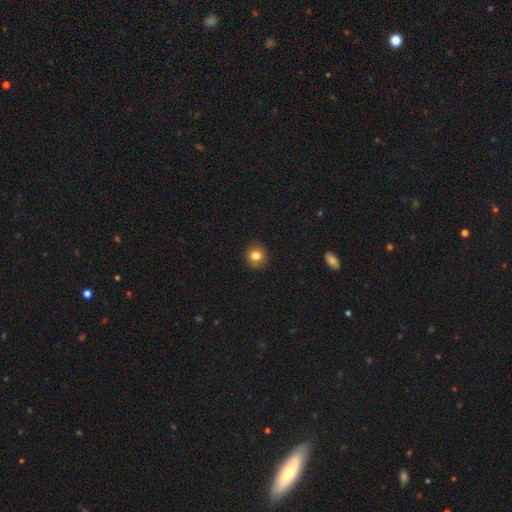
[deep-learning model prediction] Smooth or featured? Predicted: smooth (p=0.80). How rounded? Predicted: round (p=0.87). Merging? Predicted: none (p=0.90).